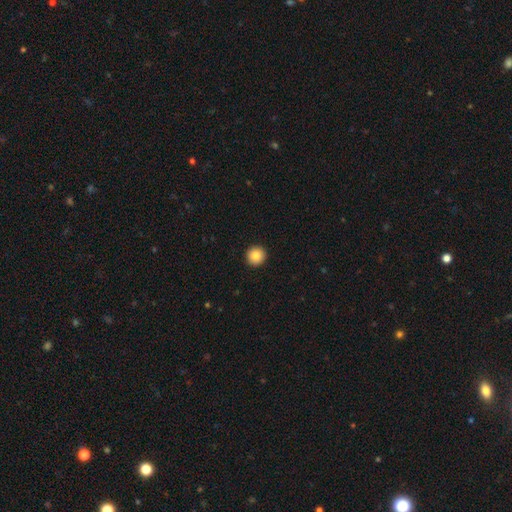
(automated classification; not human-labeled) Q: Smooth or featured?
A: smooth (87%); runner-up: star or artifact (9%)
Q: How rounded?
A: round (95%); runner-up: in between (4%)
Q: Merging?
A: none (94%); runner-up: minor disturbance (4%)